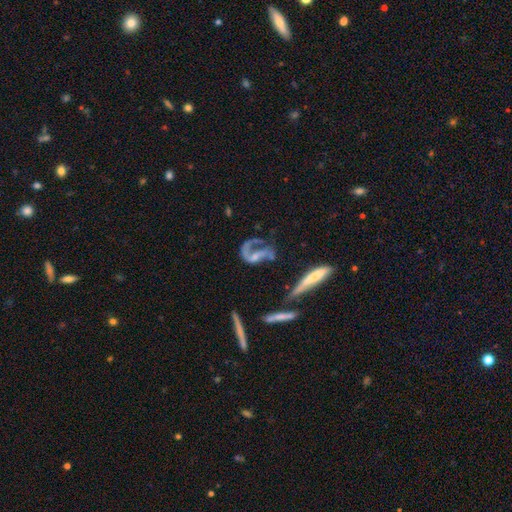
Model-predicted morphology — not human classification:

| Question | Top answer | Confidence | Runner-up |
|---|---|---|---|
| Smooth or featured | featured or disk | 79% | smooth (14%) |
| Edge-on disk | no | 95% | yes (5%) |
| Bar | no | 50% | weak (32%) |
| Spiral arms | yes | 84% | no (16%) |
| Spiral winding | loose | 63% | medium (29%) |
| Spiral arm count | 2 | 50% | 1 (43%) |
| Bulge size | none | 39% | small (34%) |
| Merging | major disturbance | 40% | none (32%) |